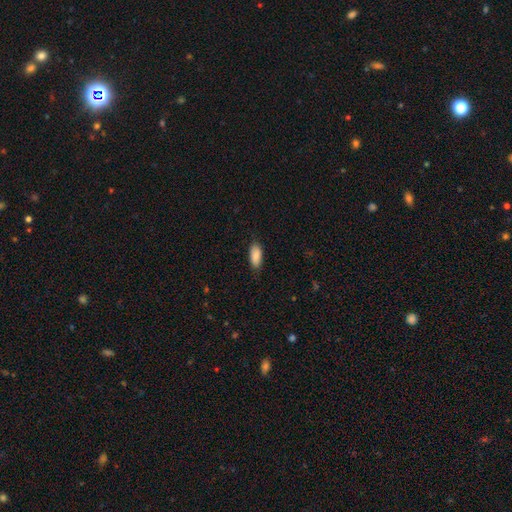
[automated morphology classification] smooth-or-featured: smooth: 88% | star or artifact: 6% | featured or disk: 6%
  how-rounded: in between: 86% | cigar-shaped: 12% | round: 2%
  merging: none: 81% | minor disturbance: 15% | major disturbance: 3% | merger: 1%